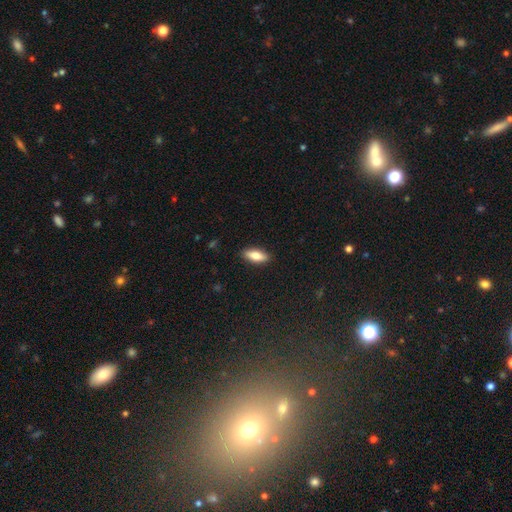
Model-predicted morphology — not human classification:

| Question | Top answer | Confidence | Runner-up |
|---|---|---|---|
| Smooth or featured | smooth | 79% | featured or disk (14%) |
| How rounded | in between | 73% | cigar-shaped (24%) |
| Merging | none | 88% | minor disturbance (9%) |